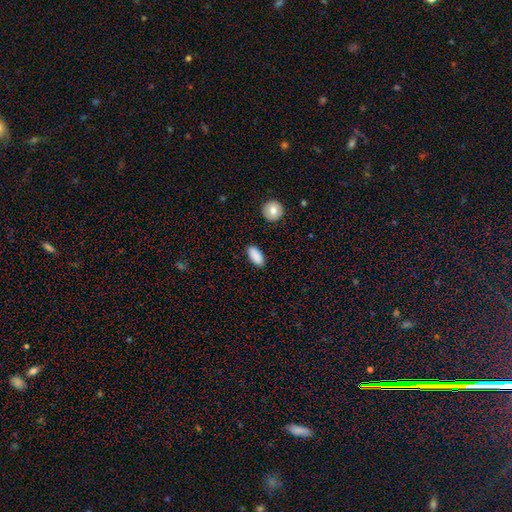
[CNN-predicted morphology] type=smooth (89%); roundness=in between (87%); merging=none (88%).